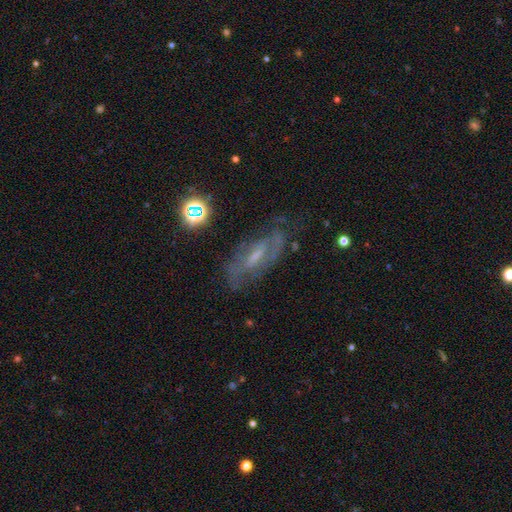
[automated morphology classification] This appears to be a featured or disk galaxy (72%) with a weak bar (47%), spiral arms (77%) and a small central bulge (51%). Merging: none (66%).